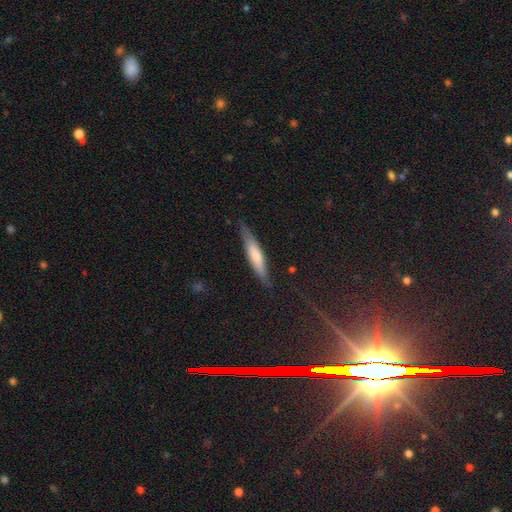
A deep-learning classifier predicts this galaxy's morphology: The model was most divided on "smooth or featured": smooth: 61%, featured or disk: 33%, star or artifact: 6%. More confident: how rounded — cigar-shaped (83%); merging — none (78%).